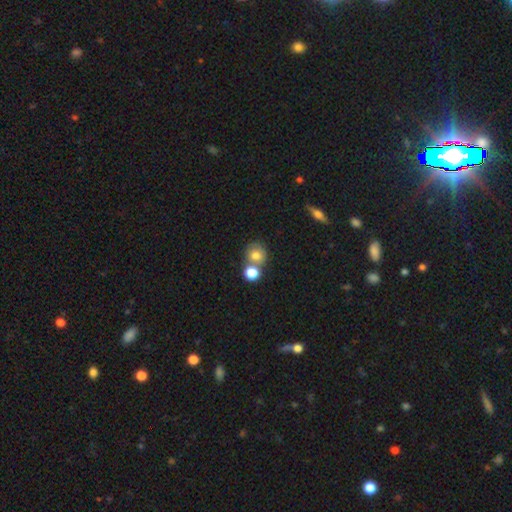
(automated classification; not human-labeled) Smooth or featured? Predicted: smooth (p=0.74). How rounded? Predicted: round (p=0.82). Merging? Predicted: none (p=0.49).